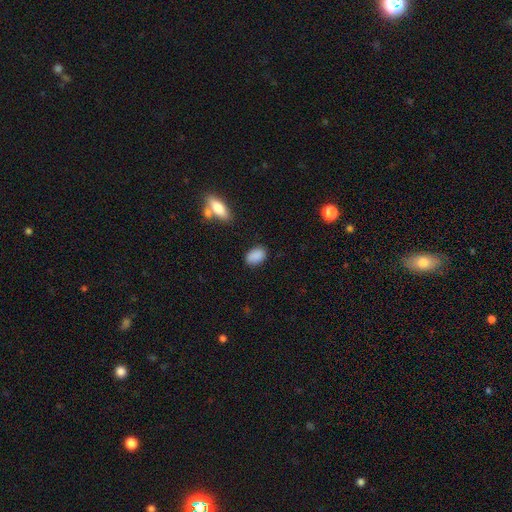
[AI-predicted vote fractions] A smooth galaxy with no disk features (88%) that is in between round and cigar-shaped (88%). Merging: none (82%).